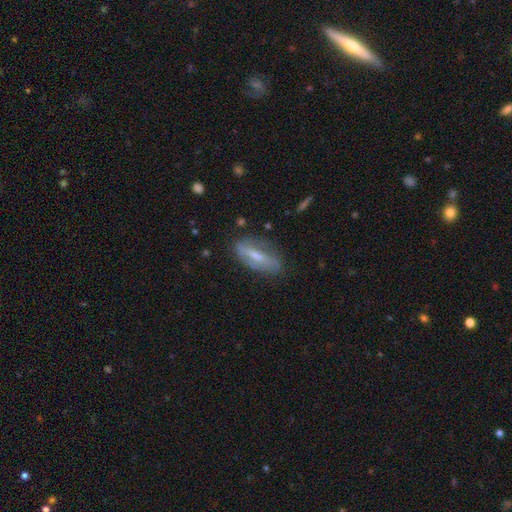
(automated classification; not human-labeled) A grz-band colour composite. It shows a featured or disk galaxy (47%). Merging: none (69%).